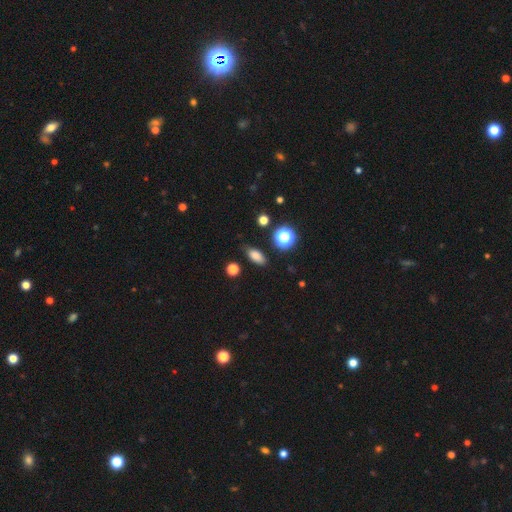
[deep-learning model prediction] Smooth or featured?
  - smooth: 79% *
  - star or artifact: 13%
  - featured or disk: 8%
How rounded?
  - in between: 81% *
  - round: 10%
  - cigar-shaped: 9%
Merging?
  - none: 80% *
  - minor disturbance: 14%
  - major disturbance: 3%
  - merger: 2%